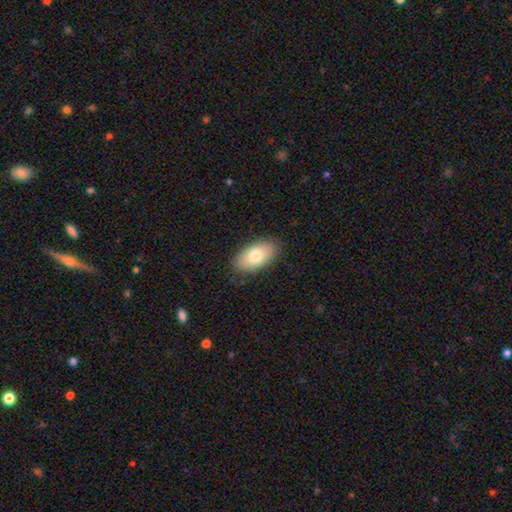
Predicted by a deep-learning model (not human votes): This appears to be a smooth galaxy with no disk features (77%) that is in between round and cigar-shaped (94%). Merging: none (86%).